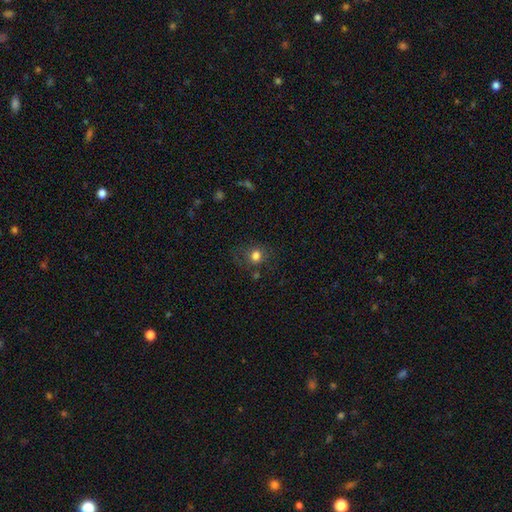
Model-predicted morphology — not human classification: Smooth or featured? smooth (77%)
How rounded? round (73%)
Merging? none (72%)